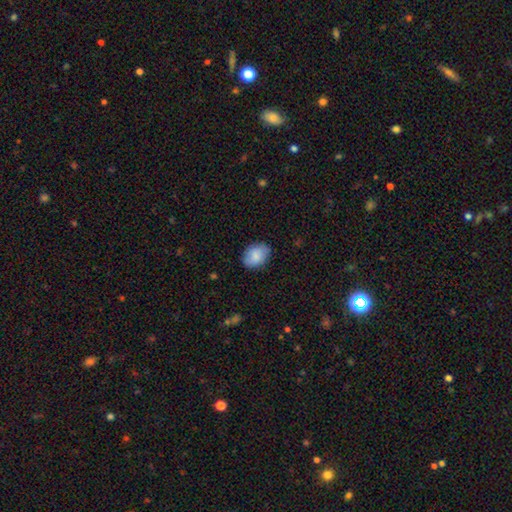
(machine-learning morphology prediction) smooth_or_featured: smooth (p=0.84) [alt: featured or disk p=0.09]
how_rounded: in between (p=0.77) [alt: round p=0.22]
merging: none (p=0.82) [alt: minor disturbance p=0.14]